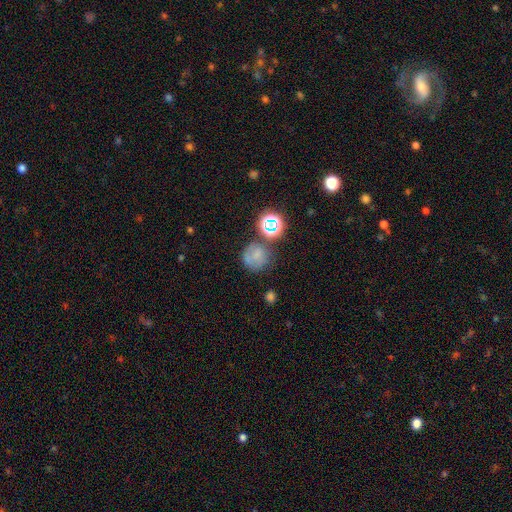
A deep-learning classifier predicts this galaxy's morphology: This appears to be a smooth galaxy with no disk features (61%) that is round (86%). Merging: none (58%).